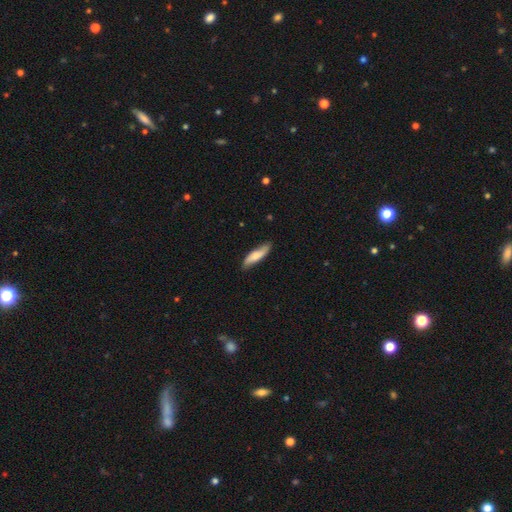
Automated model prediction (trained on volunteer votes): Smooth or featured: smooth — 67% (featured or disk — 27%)
How rounded: cigar-shaped — 69% (in between — 29%)
Merging: none — 78% (minor disturbance — 18%)